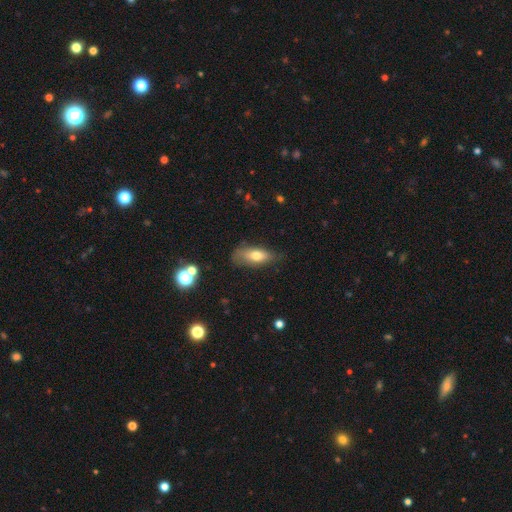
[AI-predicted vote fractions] This appears to be a smooth galaxy with no disk features (68%) that is in between round and cigar-shaped (74%). Merging: none (63%).